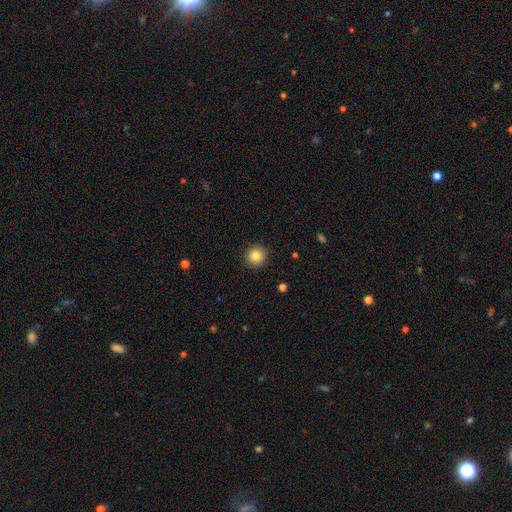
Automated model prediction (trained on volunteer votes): Smooth or featured? Predicted: smooth (p=0.84). How rounded? Predicted: round (p=0.95). Merging? Predicted: none (p=0.92).